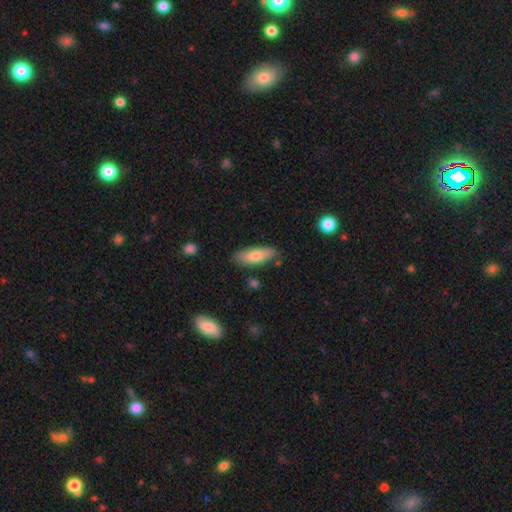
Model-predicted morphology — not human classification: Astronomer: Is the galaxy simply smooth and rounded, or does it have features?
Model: smooth — 73%.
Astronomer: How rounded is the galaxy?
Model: in between — 69%.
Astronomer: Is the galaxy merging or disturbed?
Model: none — 79%.